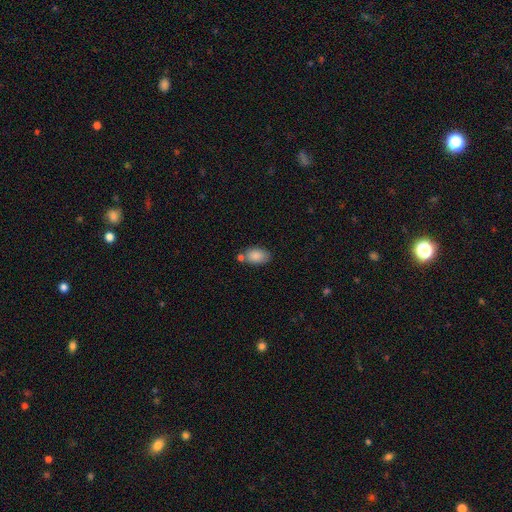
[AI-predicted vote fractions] Smooth or featured? smooth (86%)
How rounded? in between (89%)
Merging? none (59%)